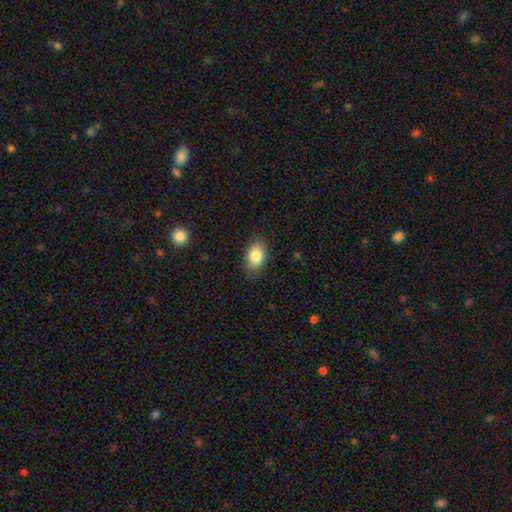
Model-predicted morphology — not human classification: Smooth or featured? Predicted: smooth (p=0.84). How rounded? Predicted: in between (p=0.88). Merging? Predicted: none (p=0.86).